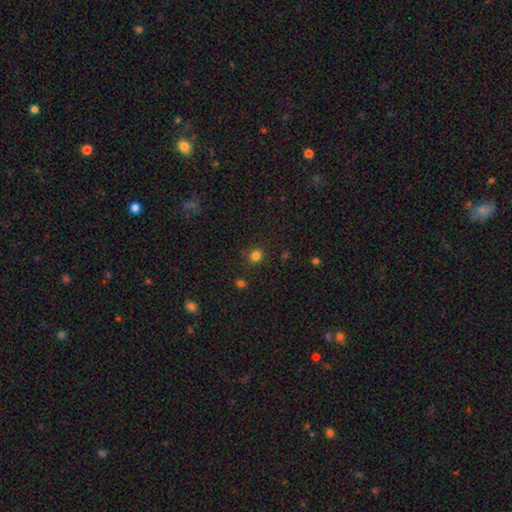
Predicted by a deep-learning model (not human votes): smooth 80%, star or artifact 15%, featured or disk 5%. Down the decision tree: how rounded — round (87%); merging — none (87%).